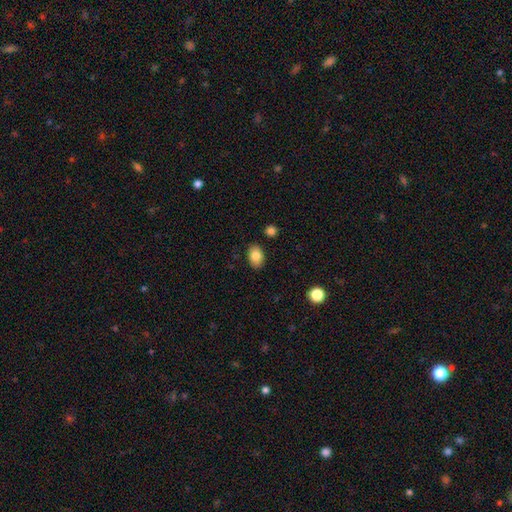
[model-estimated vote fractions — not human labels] Smooth or featured: smooth — 83% (featured or disk — 9%)
How rounded: in between — 83% (round — 16%)
Merging: none — 86% (minor disturbance — 10%)